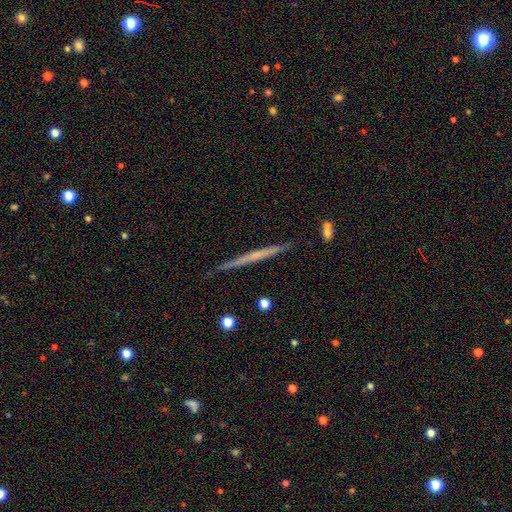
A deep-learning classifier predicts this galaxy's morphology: type=featured or disk (58%); edge-on=yes (98%); edge-on bulge=none (84%); merging=none (90%).